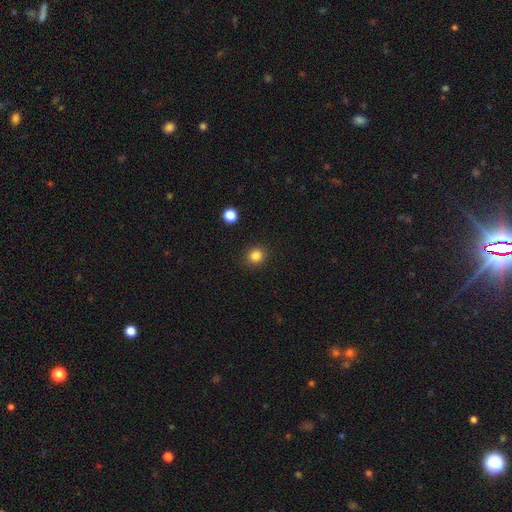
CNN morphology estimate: smooth_or_featured: smooth (p=0.84) [alt: star or artifact p=0.12]
how_rounded: round (p=0.85) [alt: in between p=0.14]
merging: none (p=0.91) [alt: minor disturbance p=0.06]